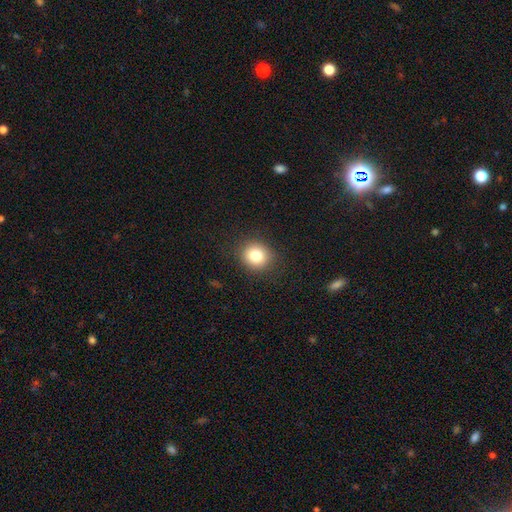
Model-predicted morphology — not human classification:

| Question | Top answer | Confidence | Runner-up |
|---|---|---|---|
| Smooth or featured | smooth | 81% | star or artifact (11%) |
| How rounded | round | 83% | in between (16%) |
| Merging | none | 89% | minor disturbance (7%) |